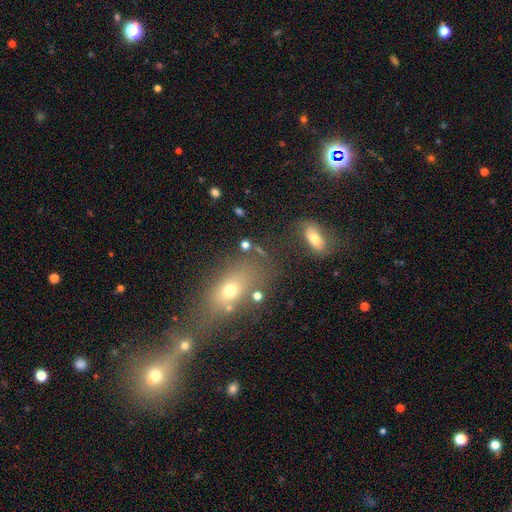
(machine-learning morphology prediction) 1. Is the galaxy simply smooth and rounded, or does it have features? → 52% smooth, 25% star or artifact, 22% featured or disk.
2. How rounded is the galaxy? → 73% in between, 18% round, 9% cigar-shaped.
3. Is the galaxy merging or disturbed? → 51% none, 27% merger, 14% minor disturbance, 8% major disturbance.